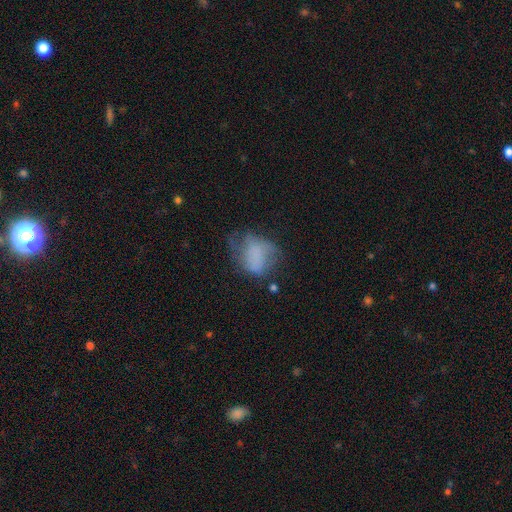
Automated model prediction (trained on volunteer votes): Overall: smooth (53%; featured or disk 35%). How rounded: in between (62%; round 37%). Merging: none (34%; major disturbance 33%).